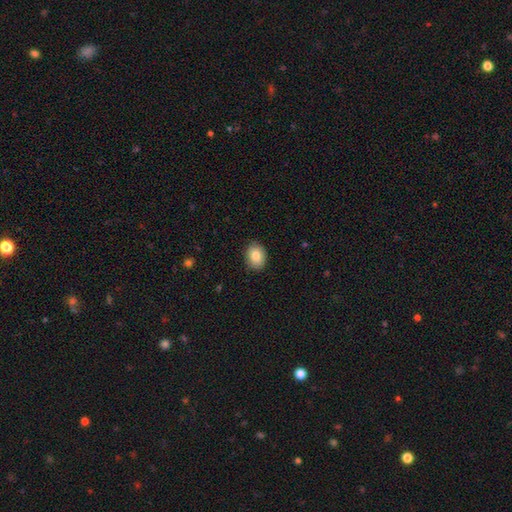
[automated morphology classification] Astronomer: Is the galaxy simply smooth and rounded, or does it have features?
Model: smooth — 85%.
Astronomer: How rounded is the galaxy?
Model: in between — 62% (runner-up: round, 37%).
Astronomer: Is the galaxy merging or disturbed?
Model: none — 87%.